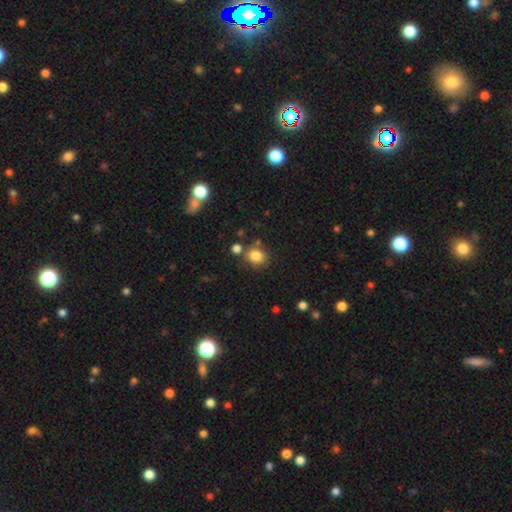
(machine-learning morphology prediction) Smooth or featured? Predicted: smooth (p=0.83). How rounded? Predicted: round (p=0.68). Merging? Predicted: none (p=0.74).